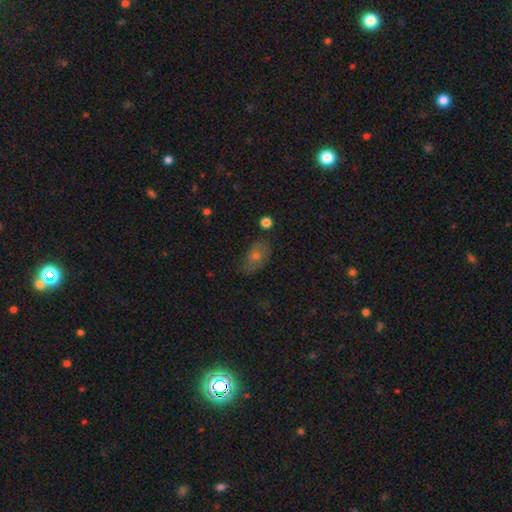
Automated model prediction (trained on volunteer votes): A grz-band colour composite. It shows a smooth galaxy with no disk features (53%) that is in between round and cigar-shaped (82%). Merging: none (67%).